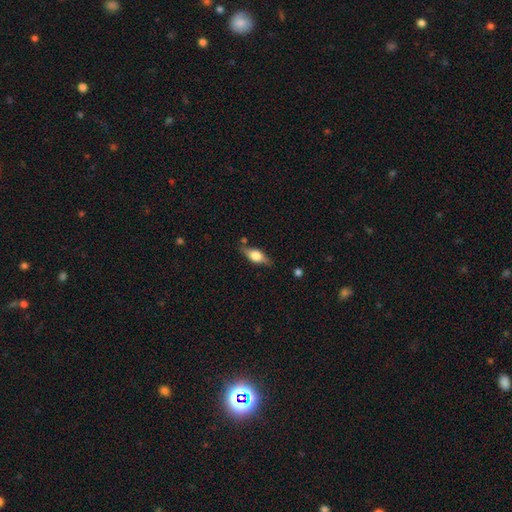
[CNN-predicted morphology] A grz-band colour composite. It shows a smooth galaxy with no disk features (52%) that is in between round and cigar-shaped (72%). Merging: none (74%).